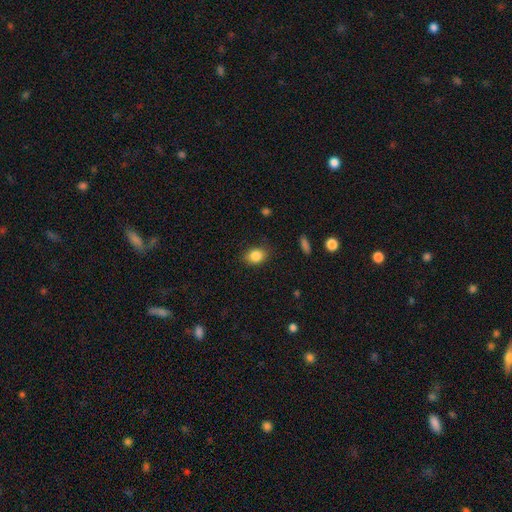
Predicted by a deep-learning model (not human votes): A smooth galaxy with no disk features (85%) that is in between round and cigar-shaped (60%).

Vote fractions:
- Smooth or featured? smooth: 85% / star or artifact: 10% / featured or disk: 5%
- How rounded? in between: 60% / round: 39% / cigar-shaped: 1%
- Merging? none: 83% / minor disturbance: 13% / major disturbance: 3% / merger: 1%